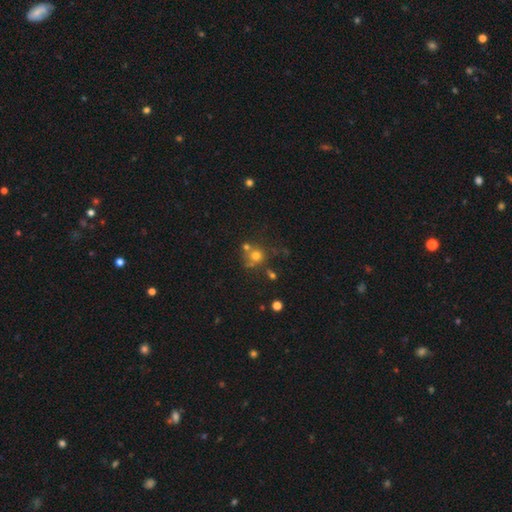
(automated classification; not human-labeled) A smooth galaxy with no disk features (68%) that is round (85%). Merging: none (51%).